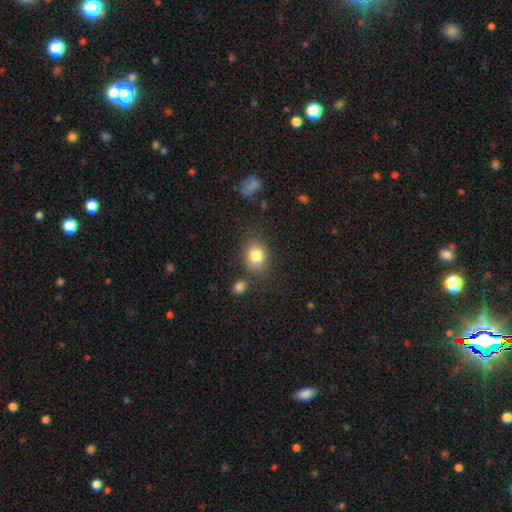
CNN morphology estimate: Smooth or featured?
  - smooth: 83% *
  - star or artifact: 10%
  - featured or disk: 8%
How rounded?
  - in between: 52% *
  - round: 47%
  - cigar-shaped: 1%
Merging?
  - none: 73% *
  - minor disturbance: 14%
  - merger: 7%
  - major disturbance: 5%